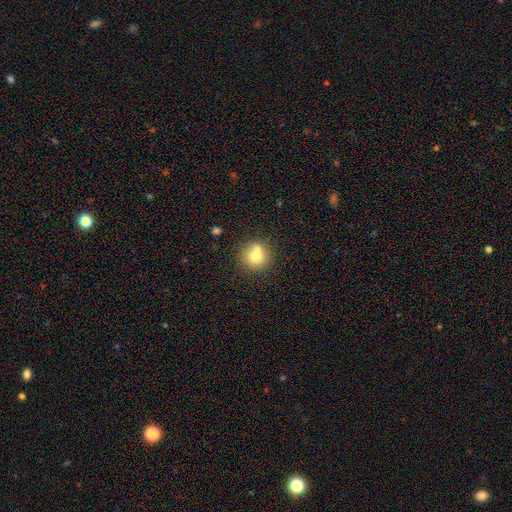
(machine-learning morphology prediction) Smooth or featured? Predicted: smooth (p=0.71). How rounded? Predicted: round (p=0.90). Merging? Predicted: none (p=0.54).